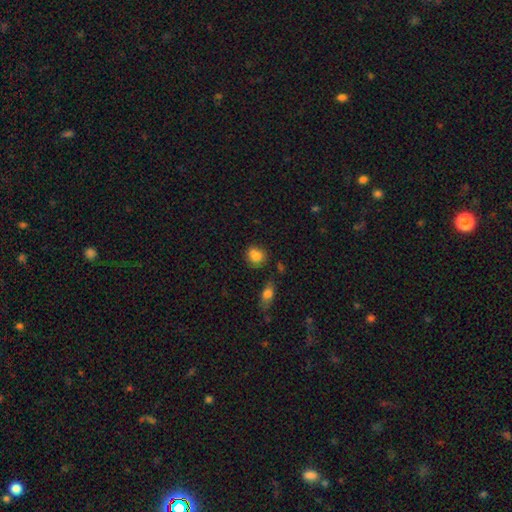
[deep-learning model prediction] Smooth or featured? smooth (83%)
How rounded? round (58%)
Merging? none (63%)